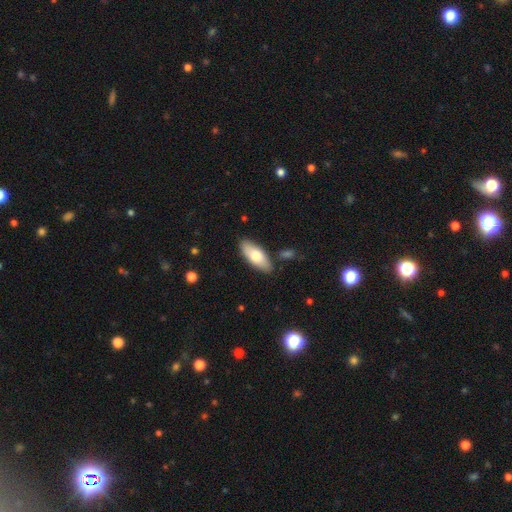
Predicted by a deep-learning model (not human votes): smooth-or-featured: smooth: 72% | featured or disk: 22% | star or artifact: 6%
  how-rounded: in between: 83% | cigar-shaped: 15% | round: 2%
  merging: none: 85% | minor disturbance: 10% | merger: 3% | major disturbance: 2%